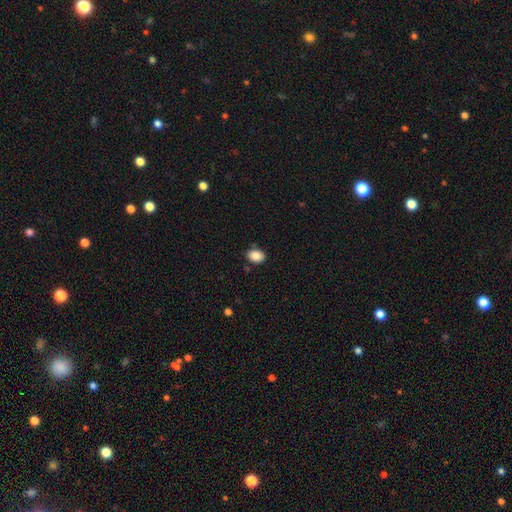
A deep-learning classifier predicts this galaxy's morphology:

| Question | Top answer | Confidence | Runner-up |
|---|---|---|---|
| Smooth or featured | smooth | 88% | star or artifact (8%) |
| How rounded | in between | 73% | round (26%) |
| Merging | none | 83% | minor disturbance (12%) |